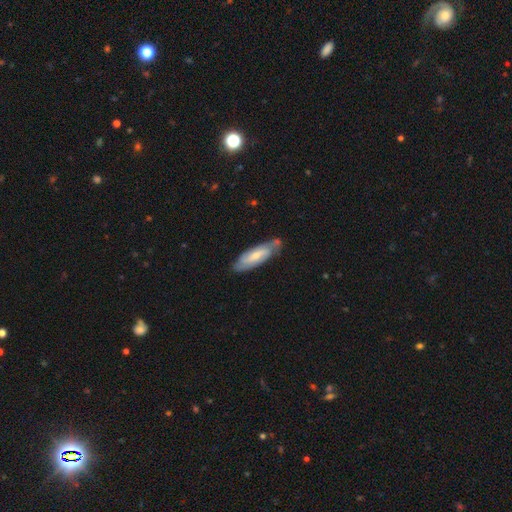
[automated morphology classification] Smooth or featured? Predicted: featured or disk (p=0.58). Edge-on disk? Predicted: no (p=0.82). Merging? Predicted: none (p=0.72).